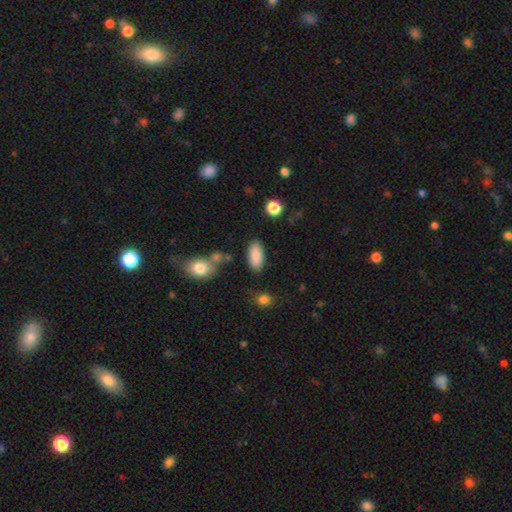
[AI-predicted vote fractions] This is clearly a smooth galaxy (88%). How rounded: clearly in between (88%). Merging: clearly none (81%).